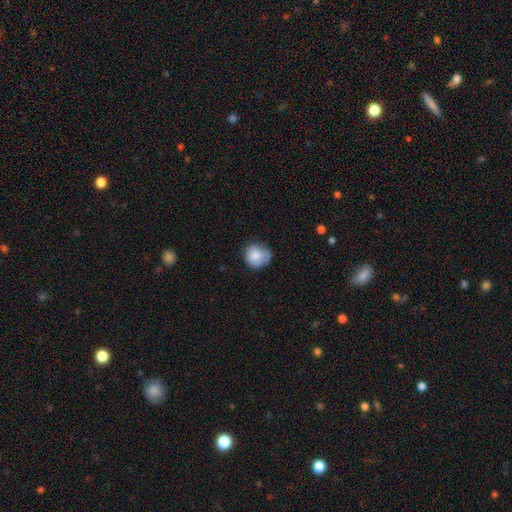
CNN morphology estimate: smooth_or_featured: smooth (p=0.81) [alt: featured or disk p=0.11]
how_rounded: round (p=0.86) [alt: in between p=0.13]
merging: none (p=0.61) [alt: minor disturbance p=0.29]